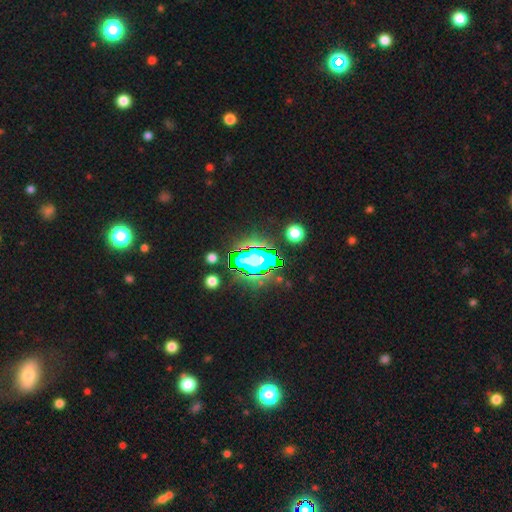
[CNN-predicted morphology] This appears to be a star or artifact, not a galaxy (83%).